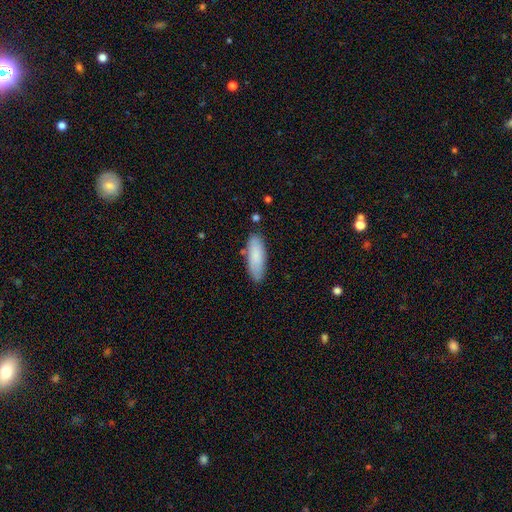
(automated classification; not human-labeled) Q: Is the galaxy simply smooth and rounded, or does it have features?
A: smooth — 83%.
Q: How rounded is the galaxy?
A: in between — 58%.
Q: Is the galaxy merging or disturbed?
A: none — 81%.